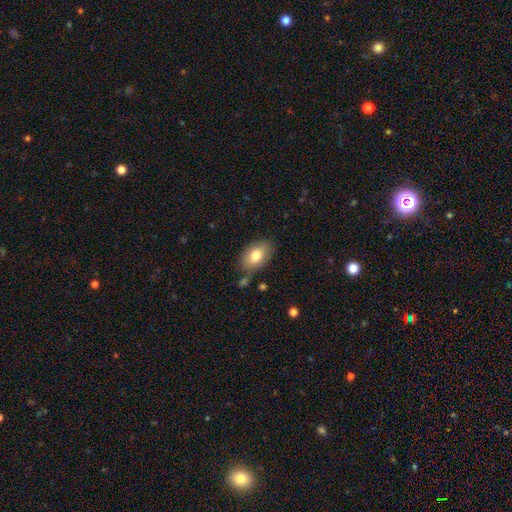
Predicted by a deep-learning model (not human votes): Smooth or featured?
  - smooth: 80% *
  - featured or disk: 13%
  - star or artifact: 7%
How rounded?
  - in between: 91% *
  - round: 7%
  - cigar-shaped: 2%
Merging?
  - none: 74% *
  - minor disturbance: 16%
  - merger: 6%
  - major disturbance: 4%